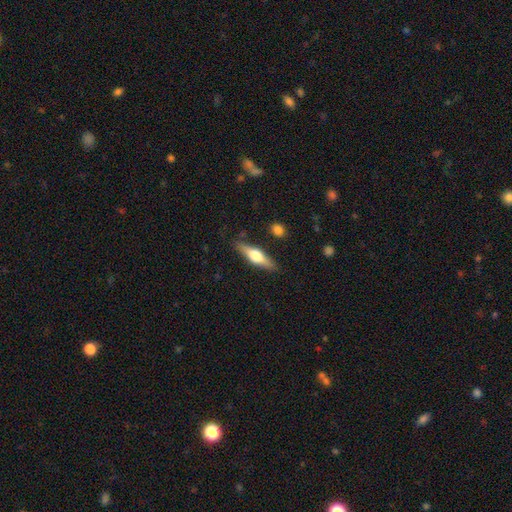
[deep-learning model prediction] featured or disk 56%, smooth 38%, star or artifact 6%. Down the decision tree: edge-on disk — yes (95%); edge-on bulge — rounded (93%); merging — none (85%).